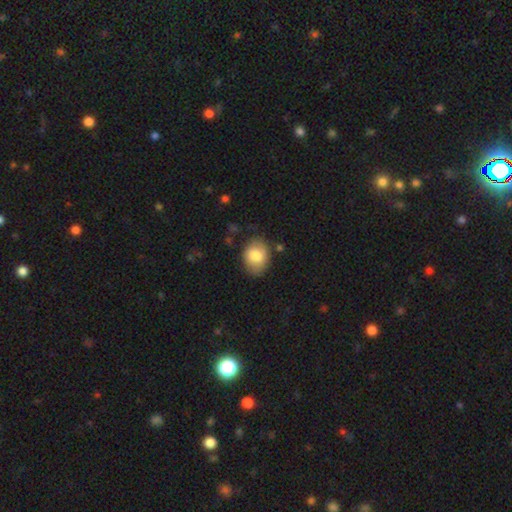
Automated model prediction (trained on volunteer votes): Smooth or featured: smooth — 81% (featured or disk — 12%)
How rounded: in between — 64% (round — 35%)
Merging: none — 72% (minor disturbance — 20%)